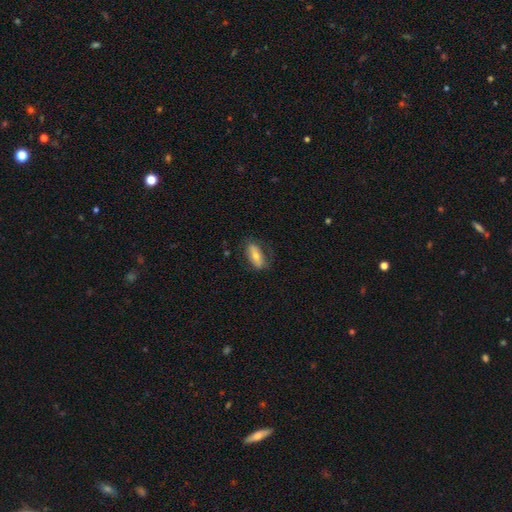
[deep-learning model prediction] Smooth or featured: smooth — 61% (featured or disk — 32%)
How rounded: in between — 80% (cigar-shaped — 16%)
Merging: none — 71% (minor disturbance — 20%)